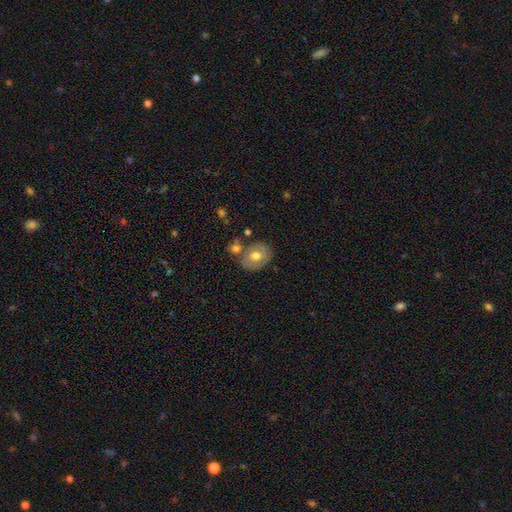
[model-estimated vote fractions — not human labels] Morphology: type=smooth (62%); roundness=in between (57%); merging=none (60%).